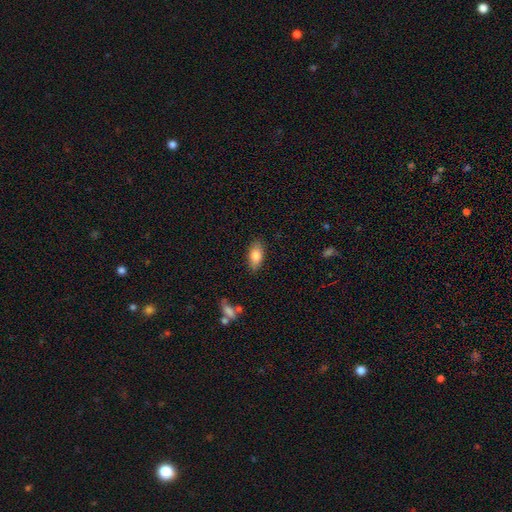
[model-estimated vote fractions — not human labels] Smooth or featured: smooth — 82% (featured or disk — 11%)
How rounded: in between — 88% (cigar-shaped — 9%)
Merging: none — 83% (minor disturbance — 13%)